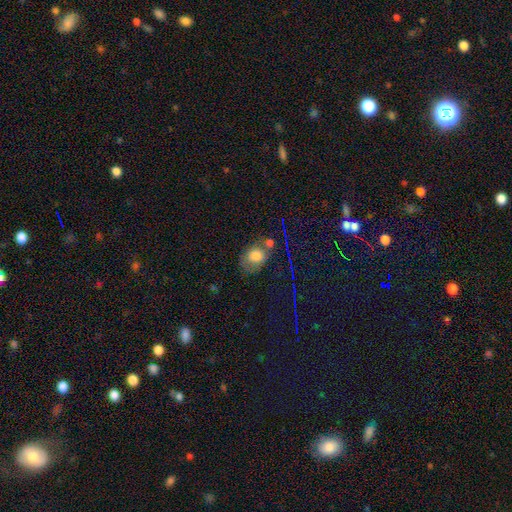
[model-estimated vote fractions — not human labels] Smooth or featured?
  - smooth: 68% *
  - star or artifact: 16%
  - featured or disk: 16%
How rounded?
  - in between: 68% *
  - round: 30%
  - cigar-shaped: 1%
Merging?
  - none: 46% *
  - minor disturbance: 25%
  - merger: 17%
  - major disturbance: 12%